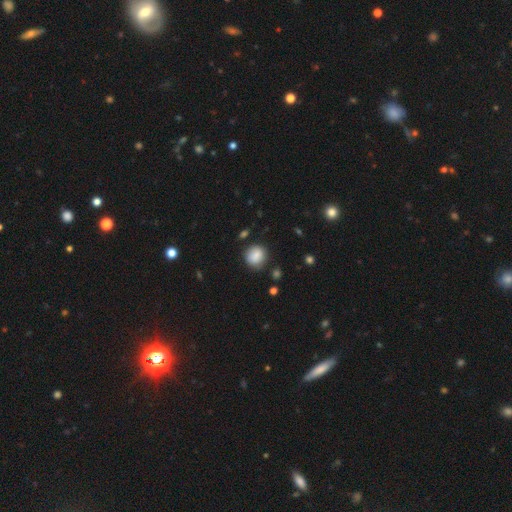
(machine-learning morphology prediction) Smooth or featured?
  - smooth: 86% *
  - star or artifact: 8%
  - featured or disk: 6%
How rounded?
  - round: 85% *
  - in between: 14%
  - cigar-shaped: 1%
Merging?
  - none: 79% *
  - minor disturbance: 15%
  - major disturbance: 4%
  - merger: 3%